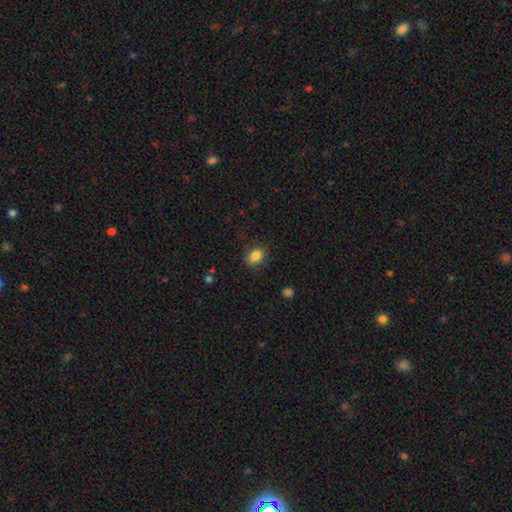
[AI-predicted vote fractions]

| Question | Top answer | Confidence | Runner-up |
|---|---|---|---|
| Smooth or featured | smooth | 85% | star or artifact (9%) |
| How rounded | in between | 75% | round (23%) |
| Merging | none | 83% | minor disturbance (13%) |